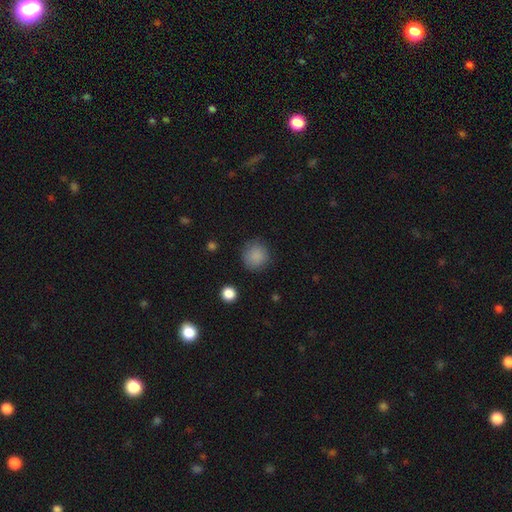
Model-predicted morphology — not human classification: type=smooth (86%); roundness=round (90%); merging=none (84%).